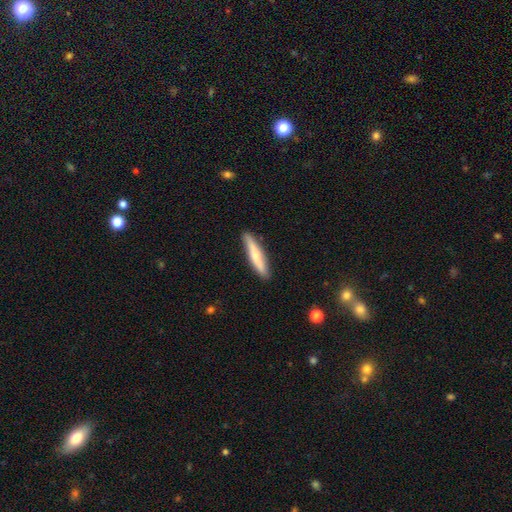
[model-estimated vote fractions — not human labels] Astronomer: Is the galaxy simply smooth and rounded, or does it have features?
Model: smooth — 65%.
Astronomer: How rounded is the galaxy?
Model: cigar-shaped — 89%.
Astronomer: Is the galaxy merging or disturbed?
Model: none — 89%.